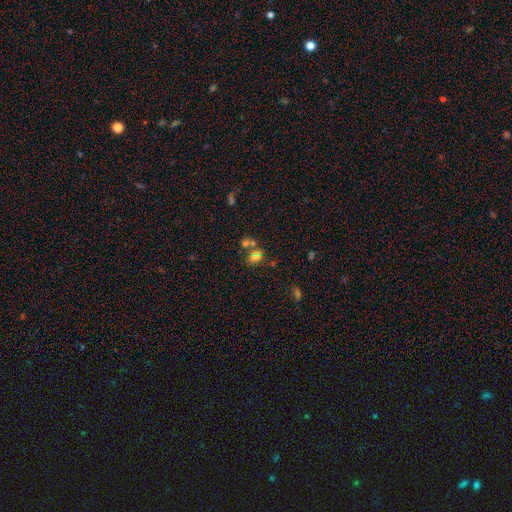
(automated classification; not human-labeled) Q: Smooth or featured?
A: smooth (69%); runner-up: star or artifact (16%)
Q: How rounded?
A: in between (65%); runner-up: round (34%)
Q: Merging?
A: none (43%); runner-up: merger (39%)